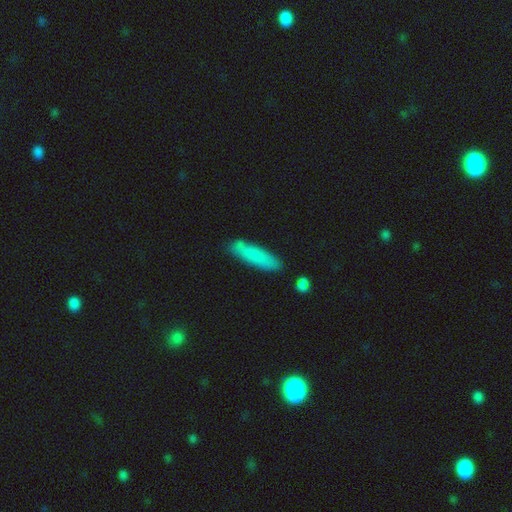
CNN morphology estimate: Smooth or featured? smooth (81%)
How rounded? cigar-shaped (74%)
Merging? none (75%)